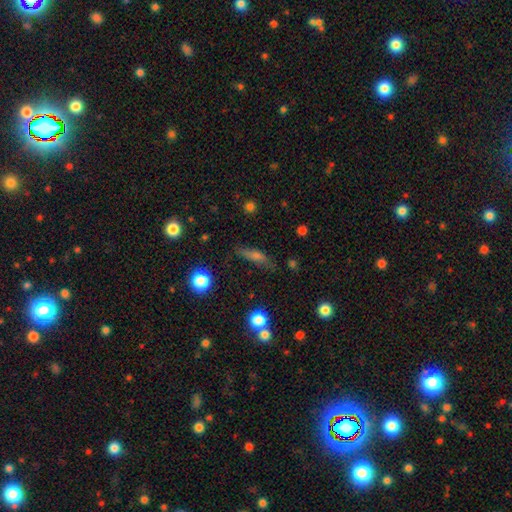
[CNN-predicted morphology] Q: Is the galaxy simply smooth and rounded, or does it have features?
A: smooth — 61%.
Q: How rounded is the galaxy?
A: cigar-shaped — 65%.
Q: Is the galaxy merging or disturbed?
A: none — 73%.